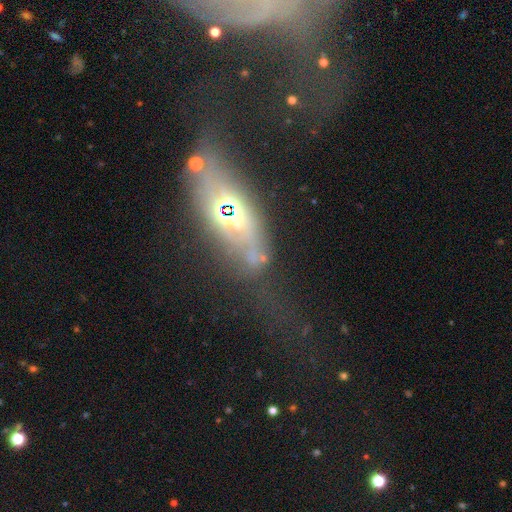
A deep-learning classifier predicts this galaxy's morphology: smooth_or_featured: featured or disk (p=0.45) [alt: star or artifact p=0.29]
merging: none (p=0.59) [alt: minor disturbance p=0.19]